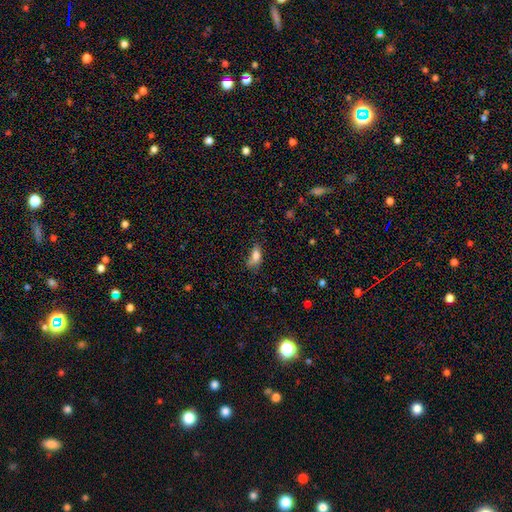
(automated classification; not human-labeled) This appears to be a smooth galaxy with no disk features (79%) that is in between round and cigar-shaped (85%). Merging: none (41%).